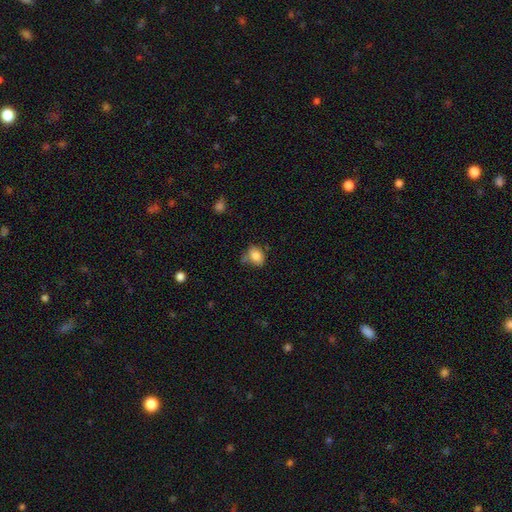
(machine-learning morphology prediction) Q: Smooth or featured?
A: smooth (84%); runner-up: star or artifact (9%)
Q: How rounded?
A: in between (59%); runner-up: round (40%)
Q: Merging?
A: none (57%); runner-up: minor disturbance (24%)